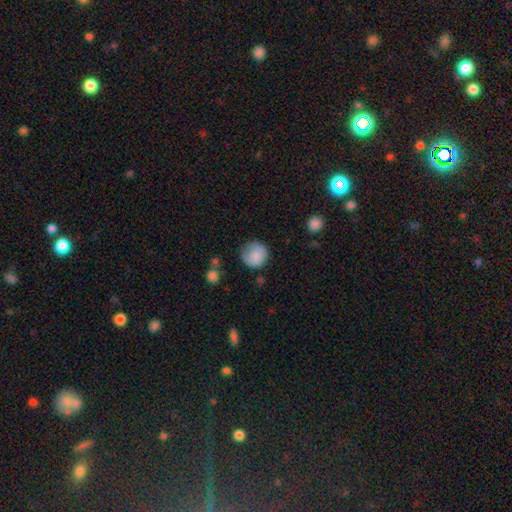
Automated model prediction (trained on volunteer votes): A smooth galaxy with no disk features (80%) that is round (90%). Merging: none (68%).